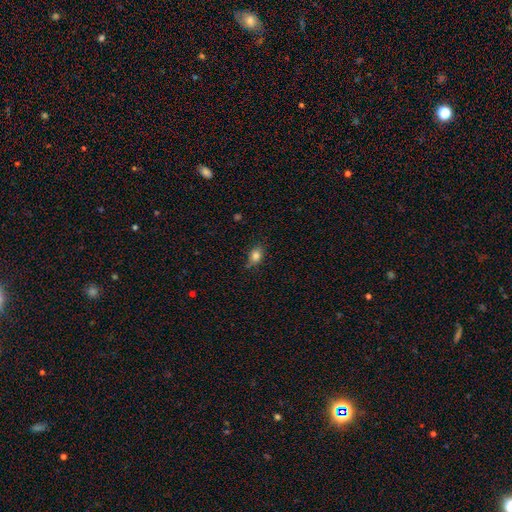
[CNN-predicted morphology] smooth-or-featured: smooth: 81% | star or artifact: 11% | featured or disk: 8%
  how-rounded: in between: 69% | round: 29% | cigar-shaped: 2%
  merging: none: 70% | minor disturbance: 23% | major disturbance: 4% | merger: 2%